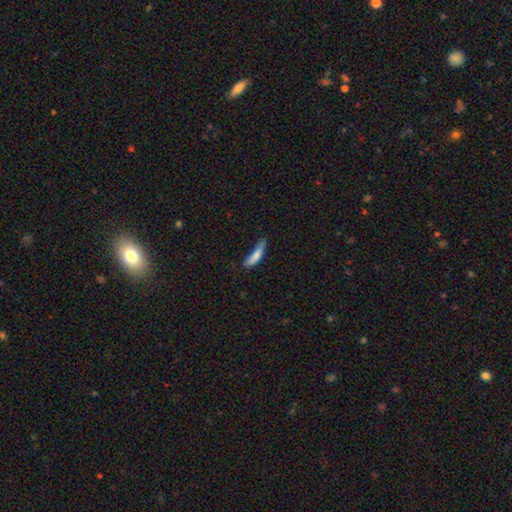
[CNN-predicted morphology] Q: Smooth or featured?
A: smooth (78%); runner-up: featured or disk (15%)
Q: How rounded?
A: cigar-shaped (74%); runner-up: in between (25%)
Q: Merging?
A: none (42%); runner-up: minor disturbance (37%)